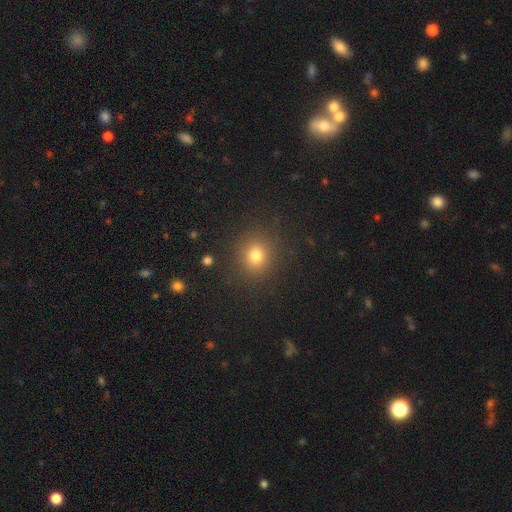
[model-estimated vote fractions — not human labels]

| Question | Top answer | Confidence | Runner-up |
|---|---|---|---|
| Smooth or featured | smooth | 77% | star or artifact (16%) |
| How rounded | round | 83% | in between (16%) |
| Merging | none | 88% | minor disturbance (7%) |